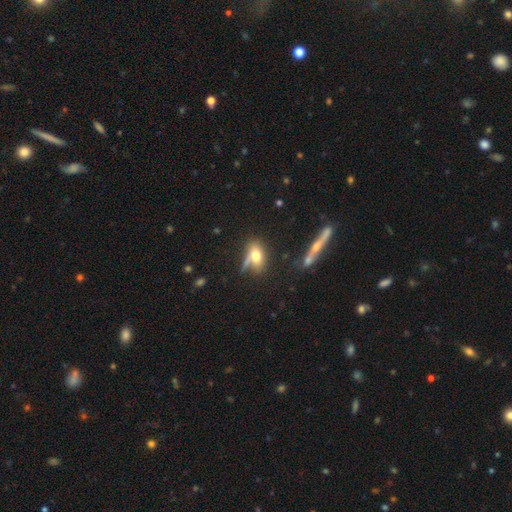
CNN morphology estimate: The model was most divided on "merging": none: 50%, minor disturbance: 21%, merger: 17%, major disturbance: 13%. More confident: how rounded — in between (78%); smooth or featured — smooth (68%).